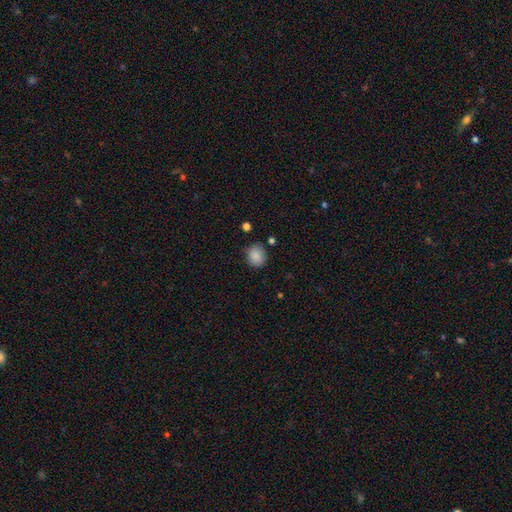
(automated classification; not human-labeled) Q: Smooth or featured?
A: smooth (87%); runner-up: star or artifact (8%)
Q: How rounded?
A: round (78%); runner-up: in between (21%)
Q: Merging?
A: none (78%); runner-up: minor disturbance (15%)